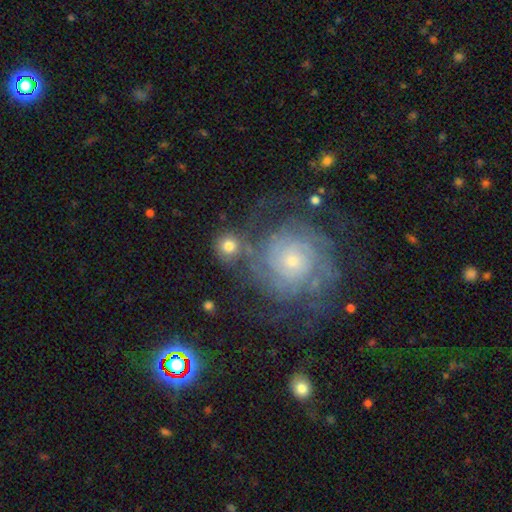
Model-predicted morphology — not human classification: type=featured or disk (76%); edge-on=no (97%); bar=no (79%); spiral arms=yes (94%); winding=tight (73%); arm count=can't tell (39%); bulge=small (67%); merging=none (71%).